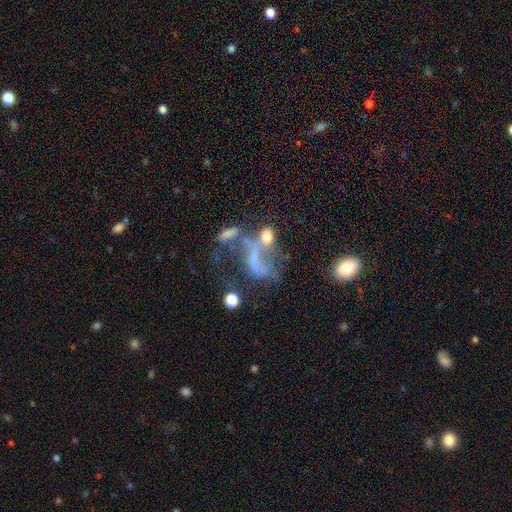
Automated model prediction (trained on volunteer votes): The model was most divided on "merging": major disturbance: 35%, merger: 34%, none: 20%, minor disturbance: 11%. Remaining: edge-on disk — no (95%); spiral arms — no (61%); smooth or featured — featured or disk (61%); bar — no (58%); bulge size — none (49%).